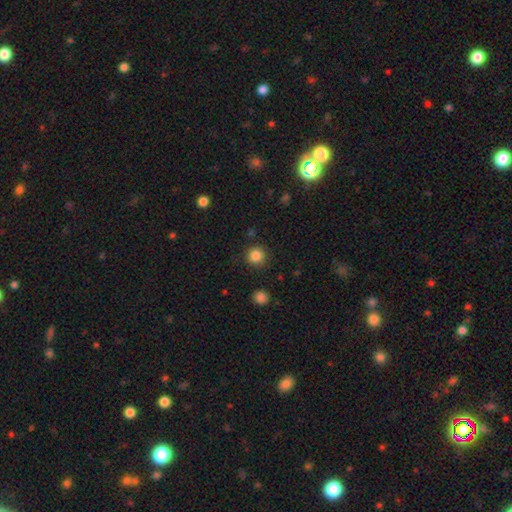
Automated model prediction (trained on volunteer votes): Morphology: type=smooth (85%); roundness=round (94%); merging=none (89%).